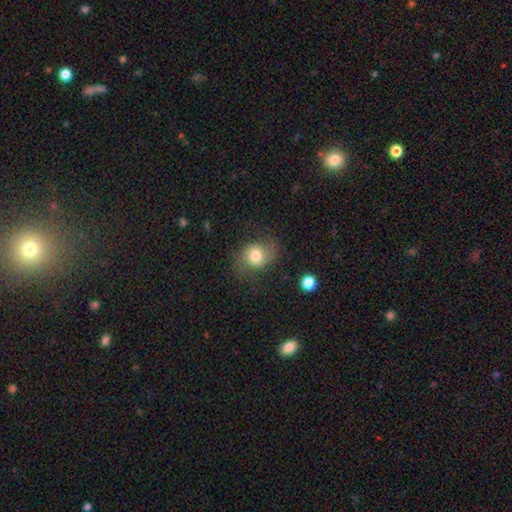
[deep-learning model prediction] smooth_or_featured: smooth (p=0.64) [alt: featured or disk p=0.26]
how_rounded: round (p=0.56) [alt: in between p=0.43]
merging: none (p=0.63) [alt: minor disturbance p=0.22]